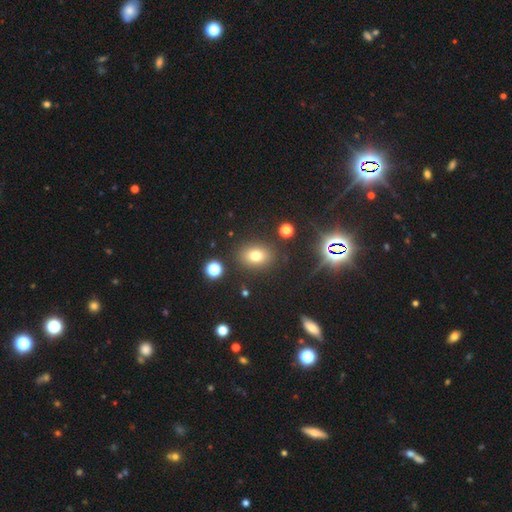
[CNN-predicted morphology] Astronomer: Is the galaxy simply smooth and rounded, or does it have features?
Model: smooth — 71%.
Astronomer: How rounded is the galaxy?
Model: in between — 60% (runner-up: round, 39%).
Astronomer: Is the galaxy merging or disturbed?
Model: none — 85%.